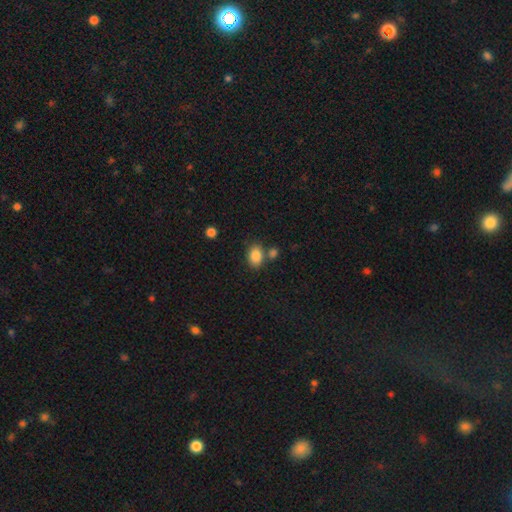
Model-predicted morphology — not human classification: Smooth or featured? Predicted: smooth (p=0.86). How rounded? Predicted: in between (p=0.75). Merging? Predicted: none (p=0.65).